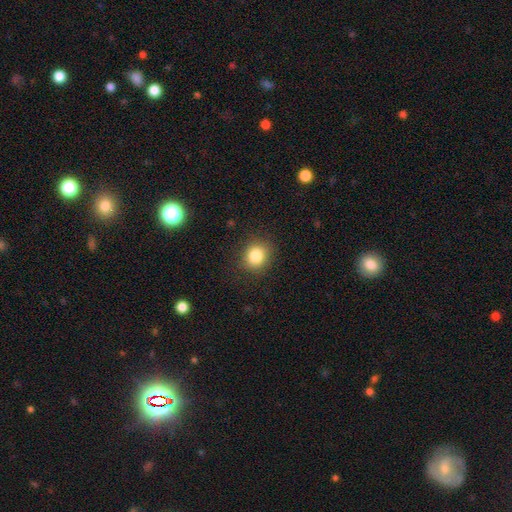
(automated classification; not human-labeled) Q: Smooth or featured?
A: smooth (84%); runner-up: star or artifact (10%)
Q: How rounded?
A: round (76%); runner-up: in between (23%)
Q: Merging?
A: none (88%); runner-up: minor disturbance (8%)